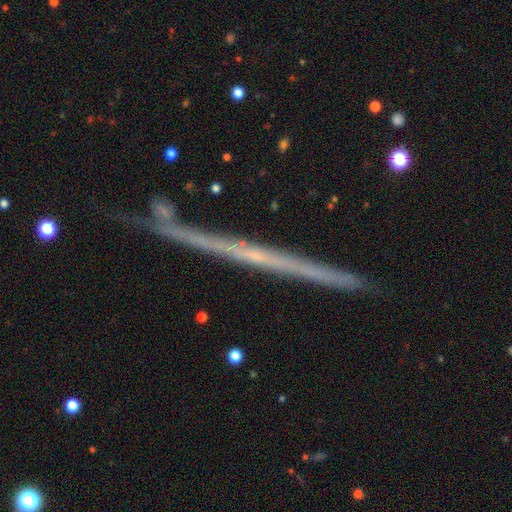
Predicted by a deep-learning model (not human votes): Smooth or featured? Predicted: featured or disk (p=0.74). Edge-on disk? Predicted: yes (p=0.97). Edge-on bulge? Predicted: none (p=0.79). Merging? Predicted: none (p=0.81).